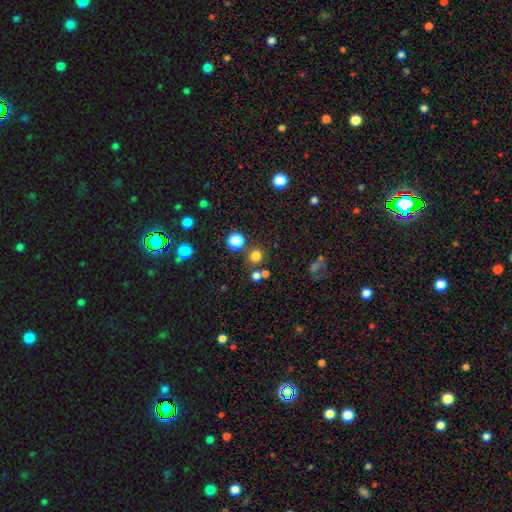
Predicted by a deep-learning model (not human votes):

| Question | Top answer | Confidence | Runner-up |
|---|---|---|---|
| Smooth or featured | smooth | 76% | star or artifact (18%) |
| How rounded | round | 91% | in between (8%) |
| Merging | none | 78% | merger (12%) |